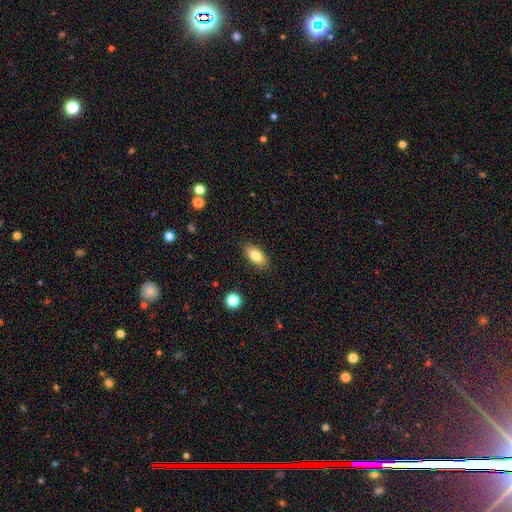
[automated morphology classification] Smooth or featured? smooth (79%)
How rounded? in between (87%)
Merging? none (87%)